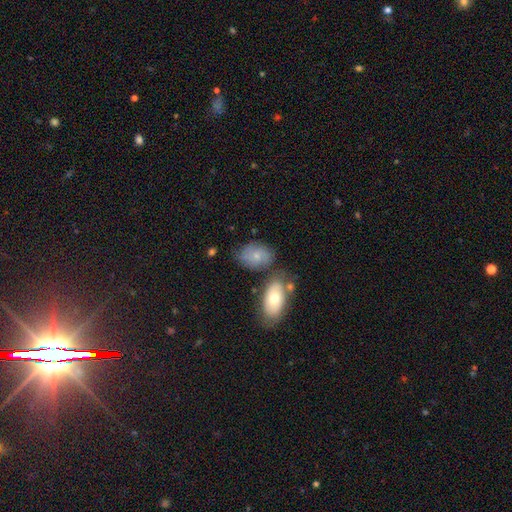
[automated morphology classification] Overall: smooth (65%; featured or disk 27%). How rounded: in between (80%). Merging: none (55%; minor disturbance 21%).